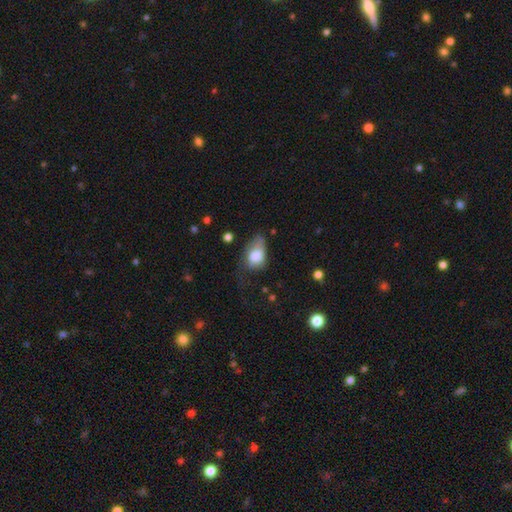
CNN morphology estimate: Smooth or featured? Predicted: smooth (p=0.74). How rounded? Predicted: in between (p=0.82). Merging? Predicted: minor disturbance (p=0.39).